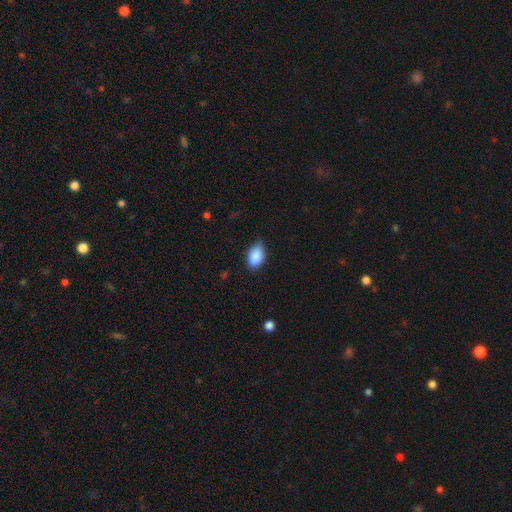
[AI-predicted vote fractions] Morphology: type=smooth (87%); roundness=in between (90%); merging=none (77%).